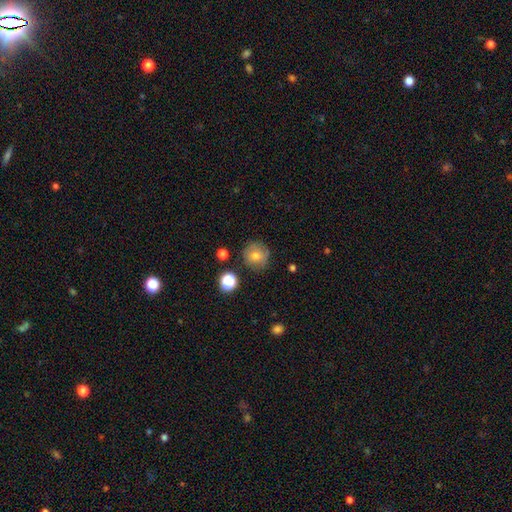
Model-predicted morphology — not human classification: The model was most divided on "smooth or featured": smooth: 68%, featured or disk: 20%, star or artifact: 12%. More confident: how rounded — round (92%); merging — none (79%).